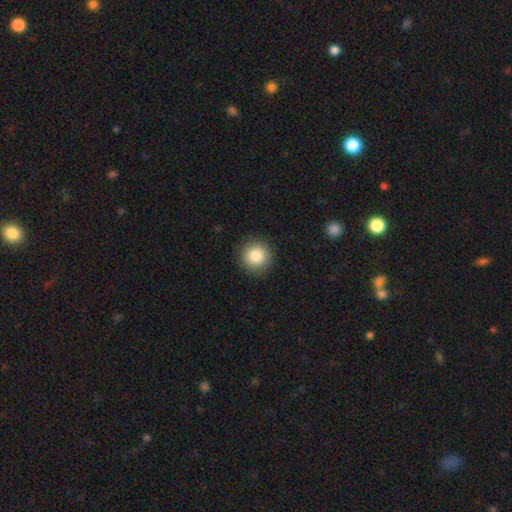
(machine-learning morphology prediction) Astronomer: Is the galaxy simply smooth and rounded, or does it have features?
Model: smooth — 85%.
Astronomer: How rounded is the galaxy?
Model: round — 95%.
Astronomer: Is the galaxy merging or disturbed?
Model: none — 91%.